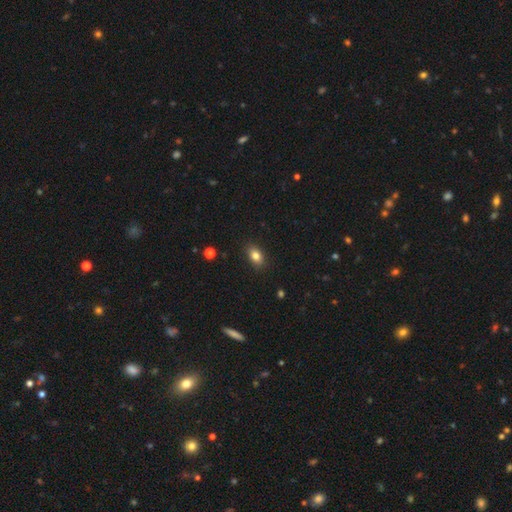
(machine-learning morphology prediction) Q: Smooth or featured?
A: smooth (82%); runner-up: star or artifact (10%)
Q: How rounded?
A: in between (82%); runner-up: round (16%)
Q: Merging?
A: none (88%); runner-up: minor disturbance (9%)